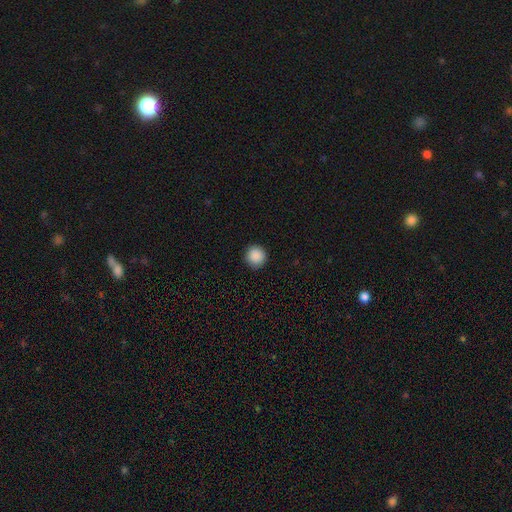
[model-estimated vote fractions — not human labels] Smooth or featured? Predicted: smooth (p=0.89). How rounded? Predicted: round (p=0.95). Merging? Predicted: none (p=0.92).